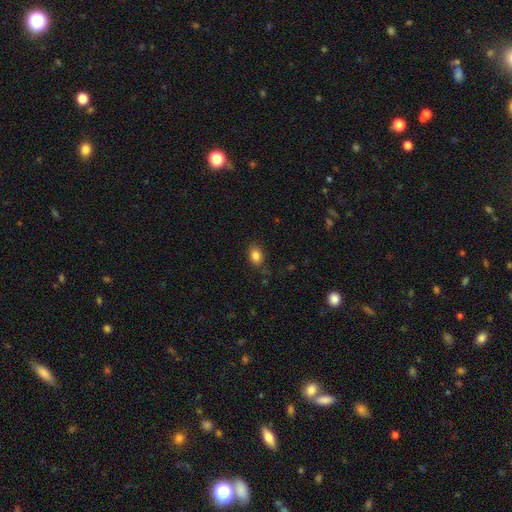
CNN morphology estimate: smooth-or-featured: smooth: 84% | star or artifact: 10% | featured or disk: 6%
  how-rounded: in between: 70% | round: 29% | cigar-shaped: 1%
  merging: none: 83% | minor disturbance: 12% | major disturbance: 3% | merger: 1%